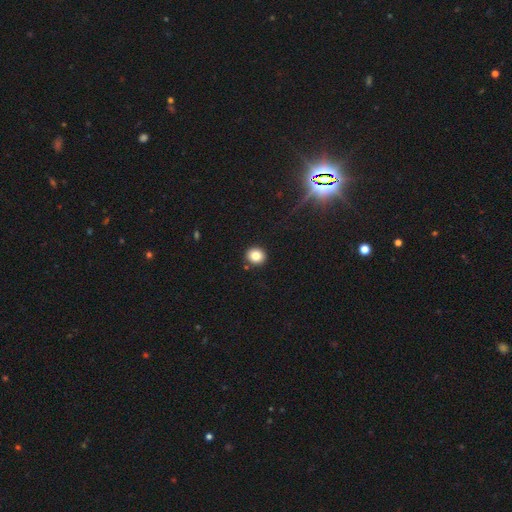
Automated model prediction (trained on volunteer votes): The model was most divided on "how rounded": round: 81%, in between: 18%, cigar-shaped: 1%. More confident: merging — none (90%); smooth or featured — smooth (83%).